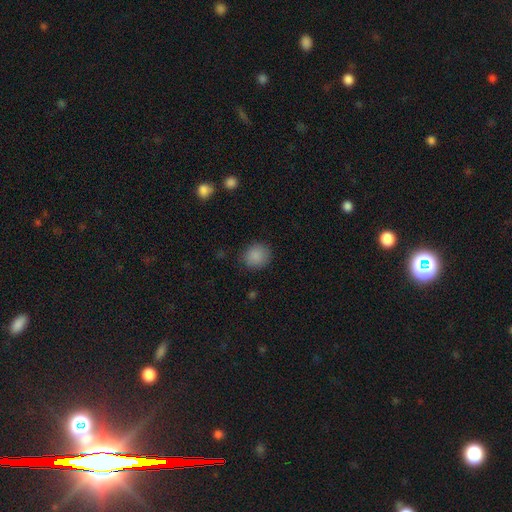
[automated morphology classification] A smooth galaxy with no disk features (87%) that is round (83%).

Vote fractions:
- Smooth or featured? smooth: 87% / star or artifact: 9% / featured or disk: 4%
- How rounded? round: 83% / in between: 16% / cigar-shaped: 1%
- Merging? none: 85% / minor disturbance: 11% / major disturbance: 3% / merger: 1%